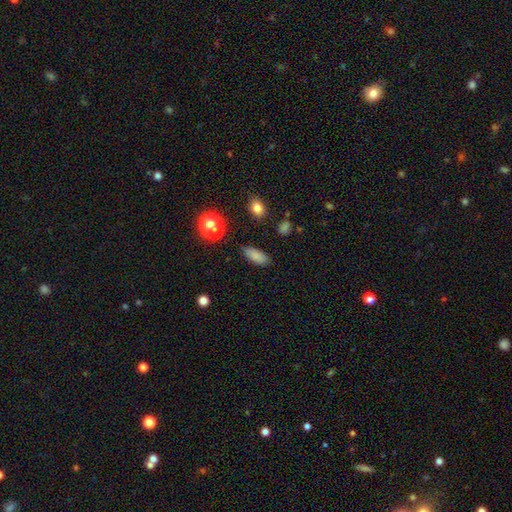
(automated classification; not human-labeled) Smooth or featured? smooth (81%)
How rounded? in between (81%)
Merging? none (83%)